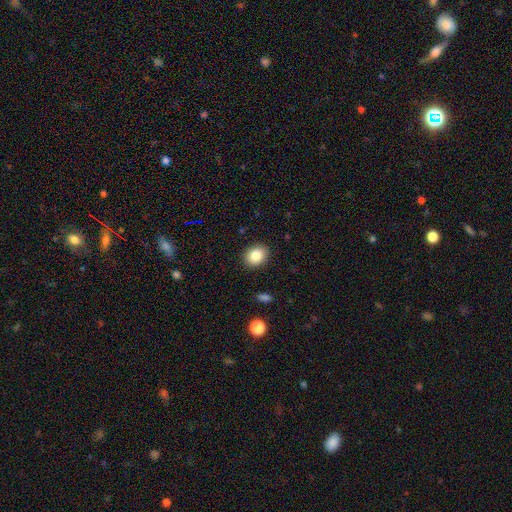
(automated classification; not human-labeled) smooth-or-featured: smooth: 84% | star or artifact: 9% | featured or disk: 7%
  how-rounded: in between: 51% | round: 48% | cigar-shaped: 1%
  merging: none: 89% | minor disturbance: 8% | major disturbance: 2% | merger: 1%